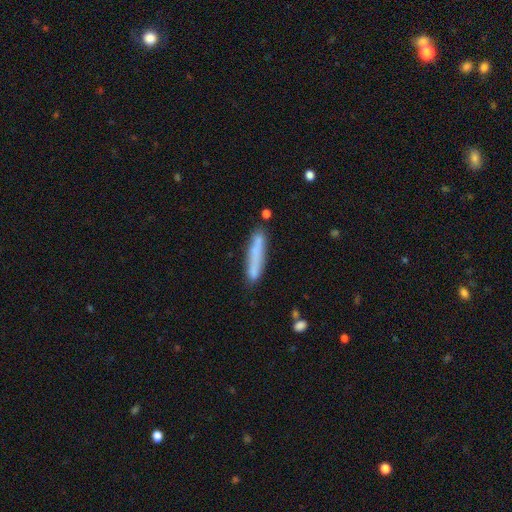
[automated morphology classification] Smooth or featured?
  - smooth: 70% *
  - featured or disk: 22%
  - star or artifact: 8%
How rounded?
  - cigar-shaped: 93% *
  - in between: 6%
  - round: 1%
Merging?
  - none: 78% *
  - minor disturbance: 14%
  - merger: 5%
  - major disturbance: 3%